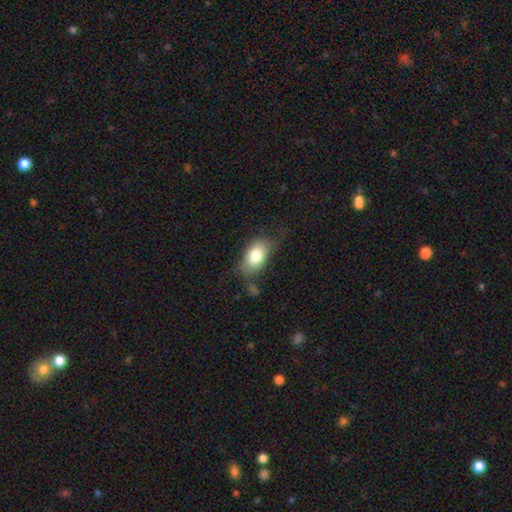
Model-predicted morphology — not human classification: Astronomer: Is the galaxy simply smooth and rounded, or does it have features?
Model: smooth — 77%.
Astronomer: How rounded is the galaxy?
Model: in between — 89%.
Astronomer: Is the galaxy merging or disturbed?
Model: none — 58%.